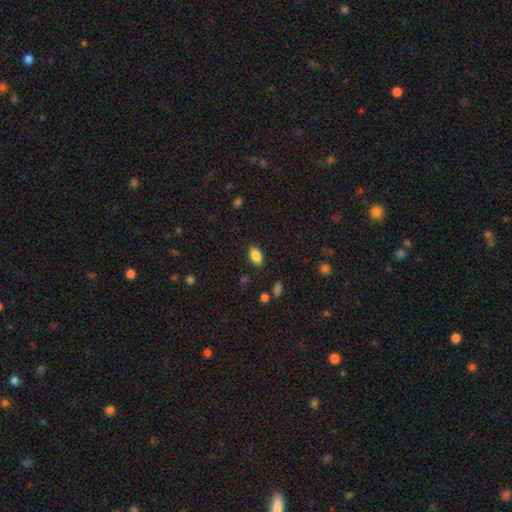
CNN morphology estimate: A smooth galaxy with no disk features (85%) that is in between round and cigar-shaped (91%).

Vote fractions:
- Smooth or featured? smooth: 85% / star or artifact: 9% / featured or disk: 6%
- How rounded? in between: 91% / round: 5% / cigar-shaped: 4%
- Merging? none: 86% / minor disturbance: 10% / major disturbance: 3% / merger: 1%